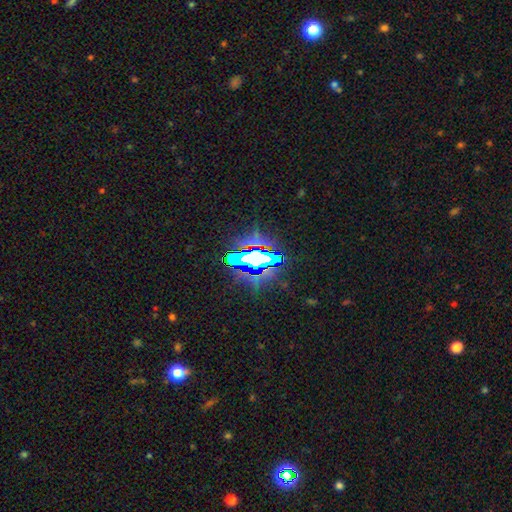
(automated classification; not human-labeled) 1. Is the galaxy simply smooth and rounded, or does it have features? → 72% star or artifact, 14% smooth, 14% featured or disk.